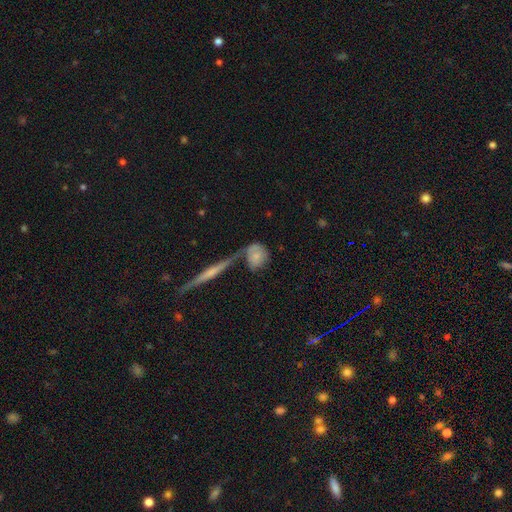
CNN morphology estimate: This is likely a smooth galaxy (65%). How rounded: likely round (64%). Merging: possibly none (46%).